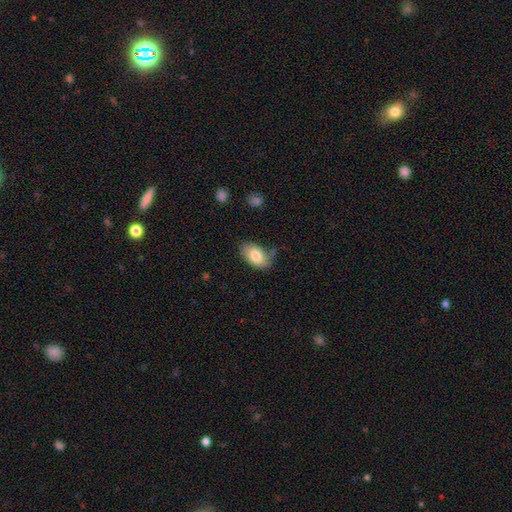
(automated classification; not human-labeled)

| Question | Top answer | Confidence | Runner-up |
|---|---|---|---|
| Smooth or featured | smooth | 79% | featured or disk (14%) |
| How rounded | in between | 93% | round (6%) |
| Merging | none | 67% | minor disturbance (24%) |